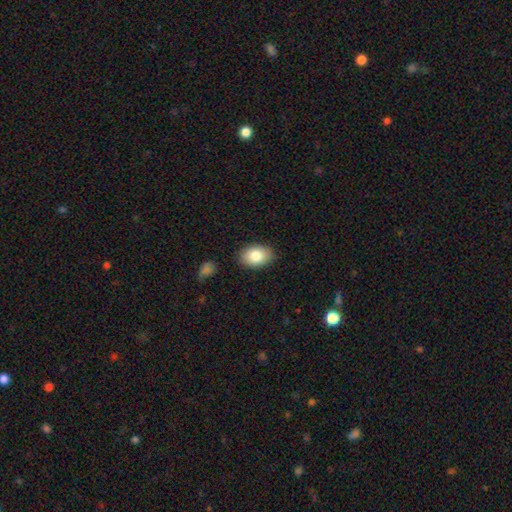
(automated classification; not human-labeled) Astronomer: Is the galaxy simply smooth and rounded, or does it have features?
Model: smooth — 82%.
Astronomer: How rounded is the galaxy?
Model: in between — 82%.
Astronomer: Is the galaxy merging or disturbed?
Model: none — 85%.